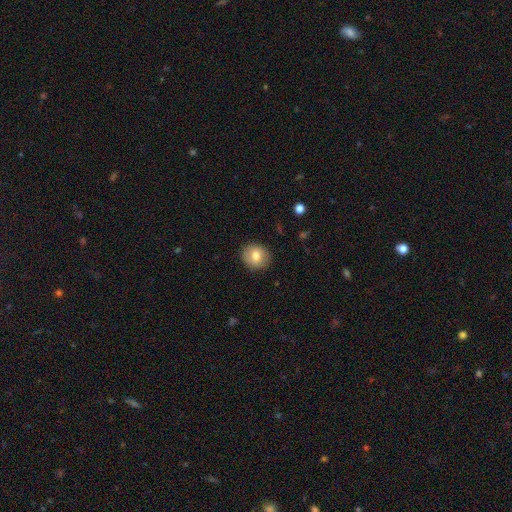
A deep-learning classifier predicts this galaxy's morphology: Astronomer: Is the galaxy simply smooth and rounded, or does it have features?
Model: smooth — 77%.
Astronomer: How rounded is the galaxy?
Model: round — 80%.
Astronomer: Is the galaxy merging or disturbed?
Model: none — 89%.